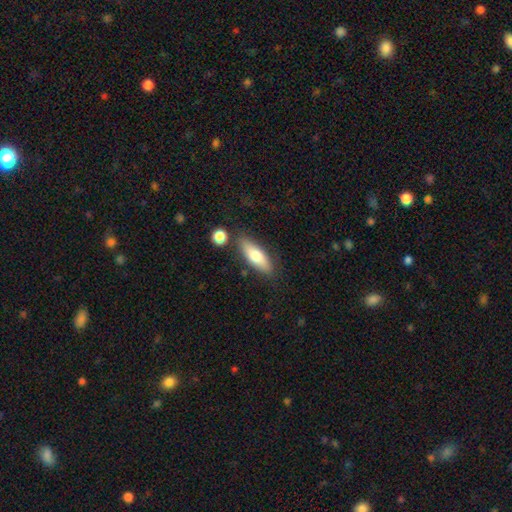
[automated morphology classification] Q: Smooth or featured?
A: smooth (71%); runner-up: featured or disk (22%)
Q: How rounded?
A: in between (61%); runner-up: cigar-shaped (36%)
Q: Merging?
A: none (79%); runner-up: minor disturbance (13%)